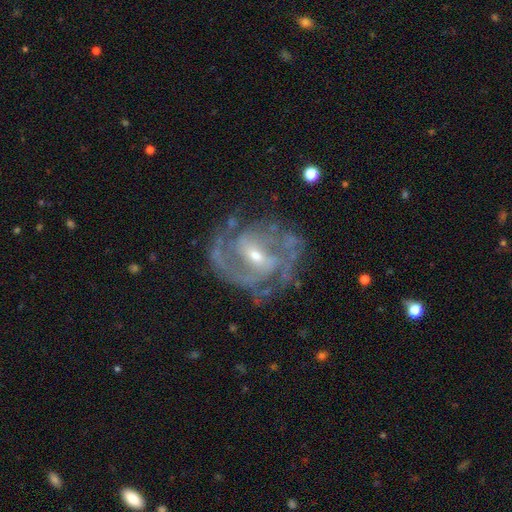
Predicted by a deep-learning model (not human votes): Overall: featured or disk (90%). Edge-on disk: no (97%). Bar: weak (51%; strong 27%). Spiral arms: yes (96%). Spiral arm count: 2 (56%; 3 17%). Spiral winding: medium (48%; tight 41%). Bulge size: small (60%; moderate 37%). Merging: none (69%).